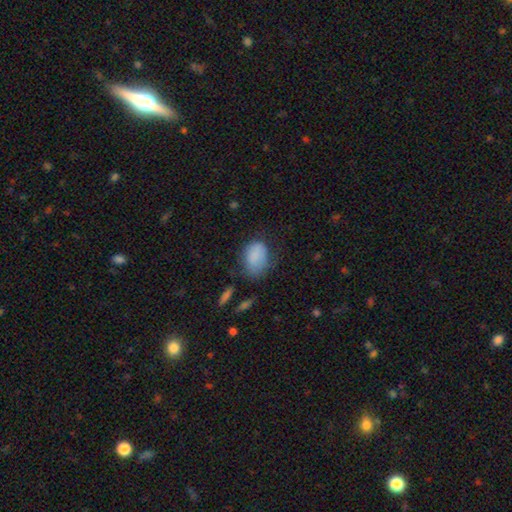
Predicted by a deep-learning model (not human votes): A smooth galaxy with no disk features (83%) that is in between round and cigar-shaped (81%). Merging: none (51%).